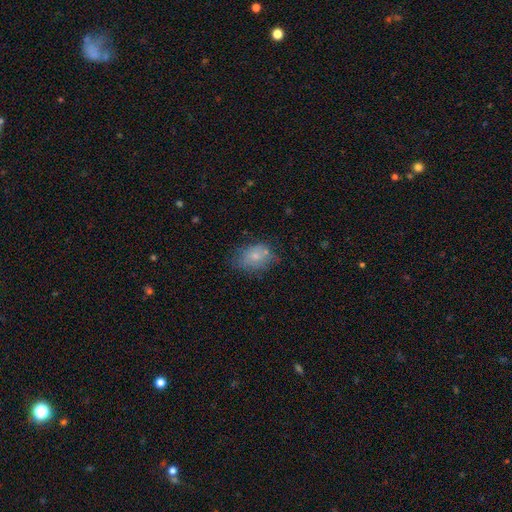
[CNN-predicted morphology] Smooth or featured: smooth — 72% (featured or disk — 18%)
How rounded: in between — 74% (round — 25%)
Merging: none — 60% (minor disturbance — 26%)